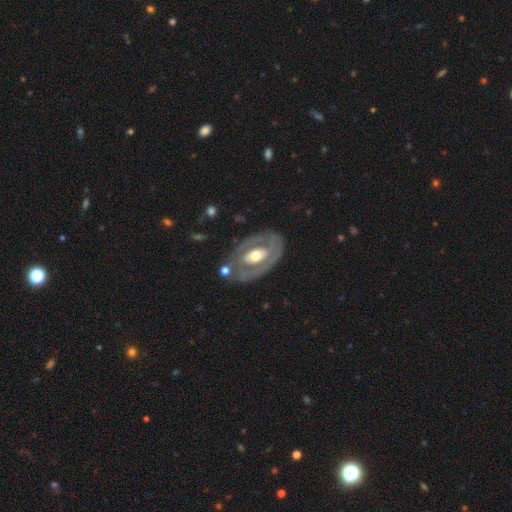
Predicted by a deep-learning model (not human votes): A featured or disk galaxy (74%) with no bar (61%), no spiral arms (58%) and a moderate central bulge (67%). Merging: none (67%).